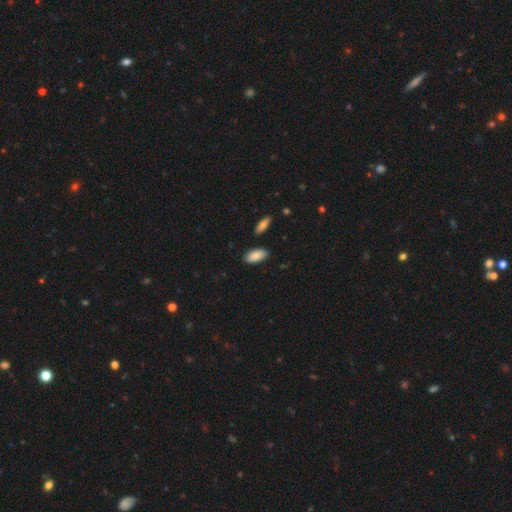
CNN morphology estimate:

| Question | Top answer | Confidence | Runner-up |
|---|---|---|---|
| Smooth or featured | smooth | 86% | featured or disk (8%) |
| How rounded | in between | 92% | cigar-shaped (6%) |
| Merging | none | 85% | minor disturbance (10%) |